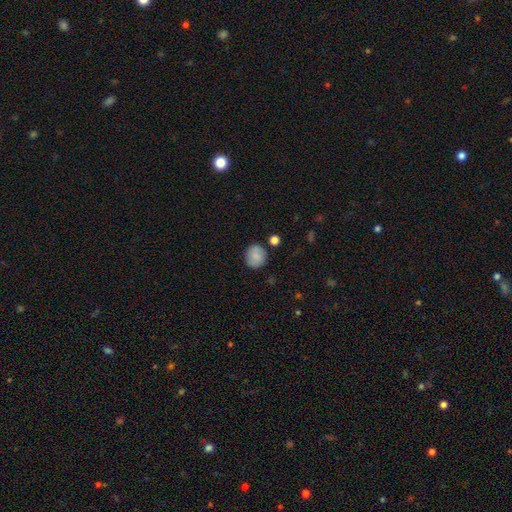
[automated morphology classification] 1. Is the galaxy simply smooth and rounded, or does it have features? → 78% smooth, 14% featured or disk, 8% star or artifact.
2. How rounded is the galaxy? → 85% round, 14% in between, 1% cigar-shaped.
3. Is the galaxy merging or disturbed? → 80% none, 13% minor disturbance, 4% merger, 3% major disturbance.